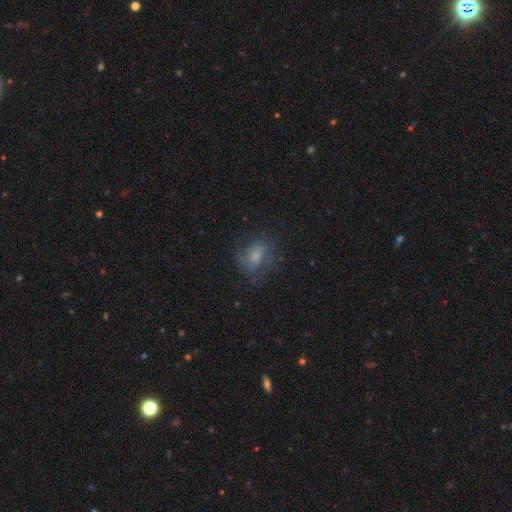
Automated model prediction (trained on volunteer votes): smooth_or_featured: featured or disk (p=0.51) [alt: smooth p=0.37]
disk_edge_on: no (p=0.96) [alt: yes p=0.04]
merging: none (p=0.60) [alt: minor disturbance p=0.21]